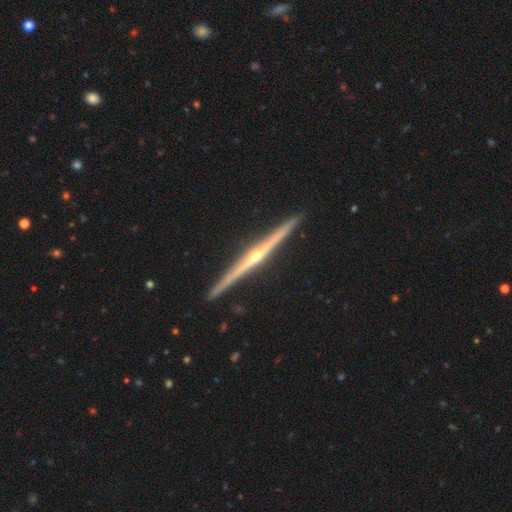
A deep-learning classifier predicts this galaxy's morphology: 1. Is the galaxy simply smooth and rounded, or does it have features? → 88% featured or disk, 7% smooth, 4% star or artifact.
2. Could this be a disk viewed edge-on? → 99% yes, 1% no.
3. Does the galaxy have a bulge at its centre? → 89% rounded, 8% none, 3% boxy.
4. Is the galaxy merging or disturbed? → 93% none, 5% minor disturbance, 1% major disturbance, 1% merger.